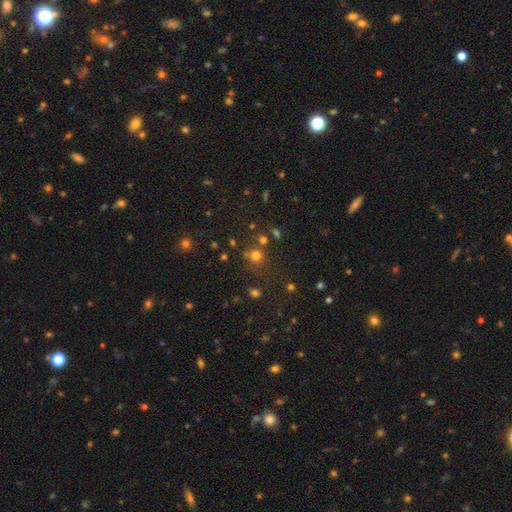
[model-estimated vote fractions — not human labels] Morphology: type=smooth (68%); roundness=round (89%); merging=none (70%).